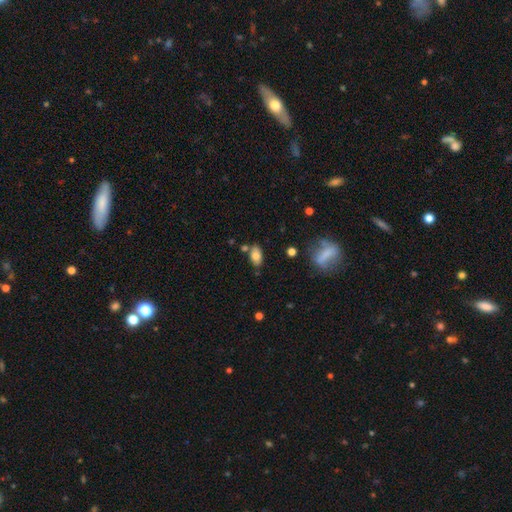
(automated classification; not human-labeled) A smooth galaxy with no disk features (77%) that is in between round and cigar-shaped (91%).

Vote fractions:
- Smooth or featured? smooth: 77% / featured or disk: 14% / star or artifact: 9%
- How rounded? in between: 91% / round: 6% / cigar-shaped: 3%
- Merging? none: 72% / minor disturbance: 15% / merger: 9% / major disturbance: 4%